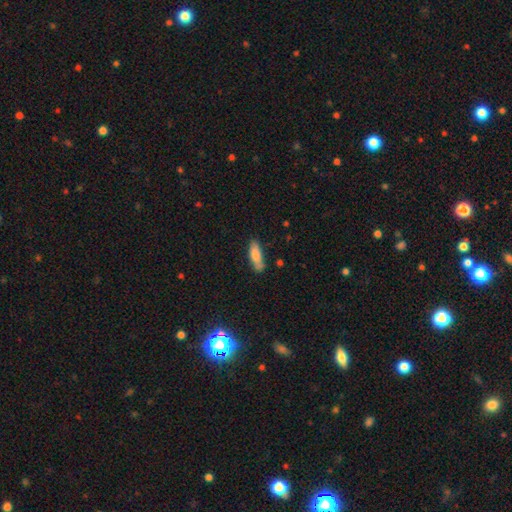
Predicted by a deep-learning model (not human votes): Q: Smooth or featured?
A: smooth (79%); runner-up: featured or disk (15%)
Q: How rounded?
A: cigar-shaped (49%); tied with: in between (49%)
Q: Merging?
A: none (70%); runner-up: minor disturbance (21%)